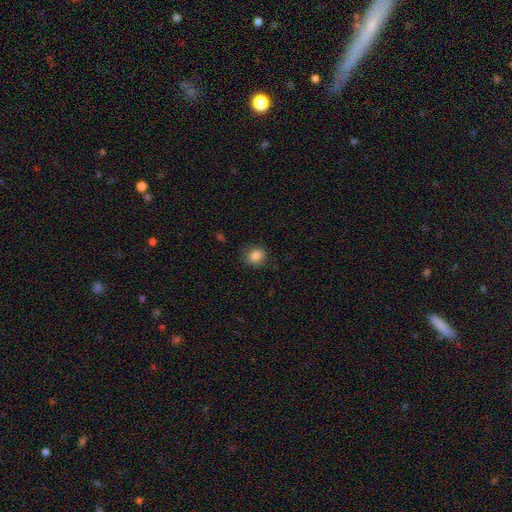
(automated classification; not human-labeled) Overall: smooth (86%). How rounded: round (51%; in between 48%). Merging: none (83%).